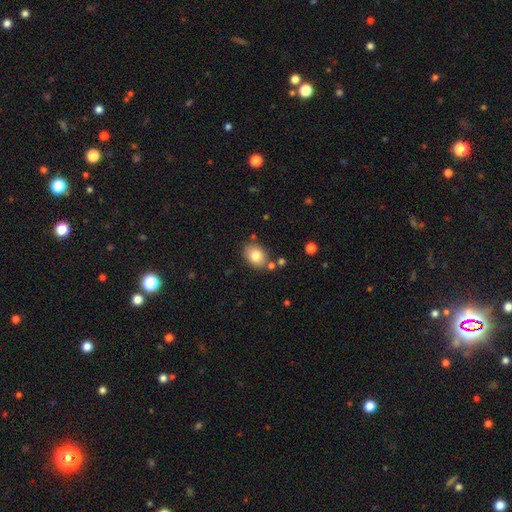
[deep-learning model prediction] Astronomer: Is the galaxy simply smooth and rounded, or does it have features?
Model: smooth — 79%.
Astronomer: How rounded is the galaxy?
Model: in between — 71%.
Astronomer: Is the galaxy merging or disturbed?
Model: none — 78%.